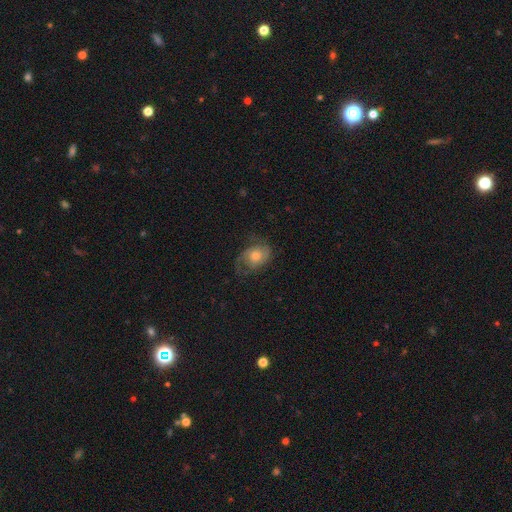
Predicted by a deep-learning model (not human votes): This is likely a featured or disk galaxy (64%). It is clearly not viewed edge-on (96%). Bar: likely no (76%). Spiral arm pattern: clearly yes (88%). Spiral arm count: likely 2 (65%). Spiral winding: marginally medium (43%). Central bulge: likely moderate (65%). Merging: possibly none (58%).